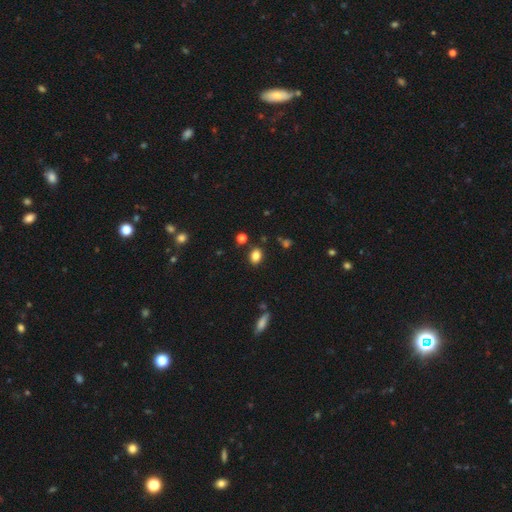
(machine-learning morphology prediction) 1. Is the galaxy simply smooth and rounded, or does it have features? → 83% smooth, 11% star or artifact, 5% featured or disk.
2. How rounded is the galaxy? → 65% in between, 34% round, 1% cigar-shaped.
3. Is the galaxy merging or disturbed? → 85% none, 9% minor disturbance, 3% merger, 3% major disturbance.